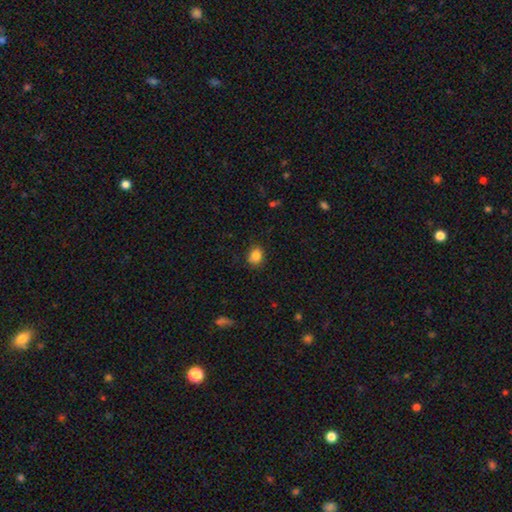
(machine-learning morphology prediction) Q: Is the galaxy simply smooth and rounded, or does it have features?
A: smooth — 85%.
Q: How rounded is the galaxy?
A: round — 61%.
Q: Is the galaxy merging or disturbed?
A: none — 85%.